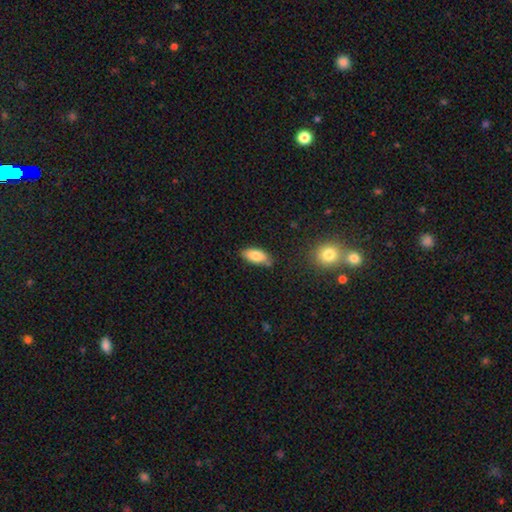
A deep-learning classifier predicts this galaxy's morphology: Smooth or featured? Predicted: smooth (p=0.83). How rounded? Predicted: in between (p=0.88). Merging? Predicted: none (p=0.73).